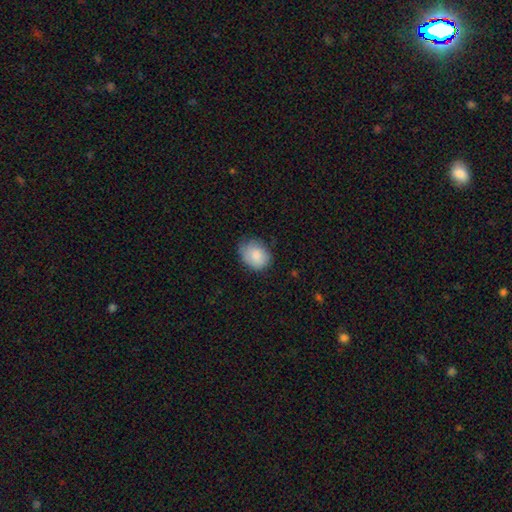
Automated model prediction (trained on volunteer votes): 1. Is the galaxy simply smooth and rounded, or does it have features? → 84% smooth, 9% featured or disk, 7% star or artifact.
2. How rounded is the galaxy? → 56% in between, 43% round, 1% cigar-shaped.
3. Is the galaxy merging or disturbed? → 66% none, 27% minor disturbance, 6% major disturbance, 1% merger.